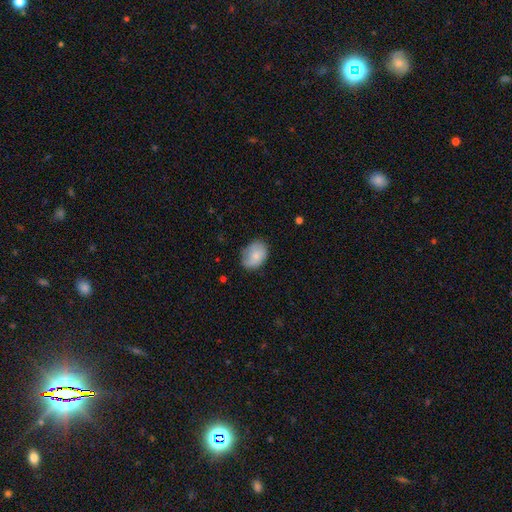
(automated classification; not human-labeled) Smooth or featured: smooth — 76% (featured or disk — 17%)
How rounded: in between — 65% (round — 34%)
Merging: none — 64% (minor disturbance — 27%)